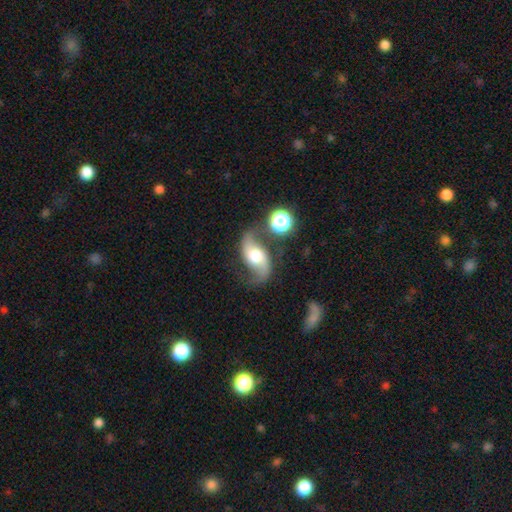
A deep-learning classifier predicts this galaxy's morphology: type=featured or disk (78%); edge-on=no (95%); bar=no (55%); spiral arms=yes (94%); winding=loose (76%); arm count=2 (93%); bulge=moderate (55%); merging=none (65%).